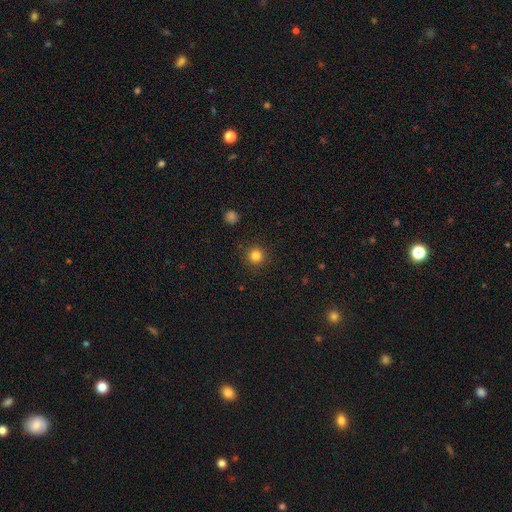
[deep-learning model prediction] Q: Smooth or featured?
A: smooth (82%); runner-up: star or artifact (13%)
Q: How rounded?
A: round (95%); runner-up: in between (4%)
Q: Merging?
A: none (91%); runner-up: minor disturbance (6%)